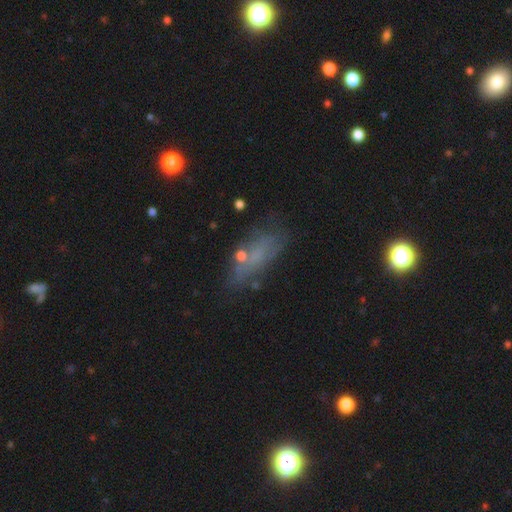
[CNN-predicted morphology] Overall: smooth (47%; featured or disk 31%). Merging: none (55%; minor disturbance 22%).